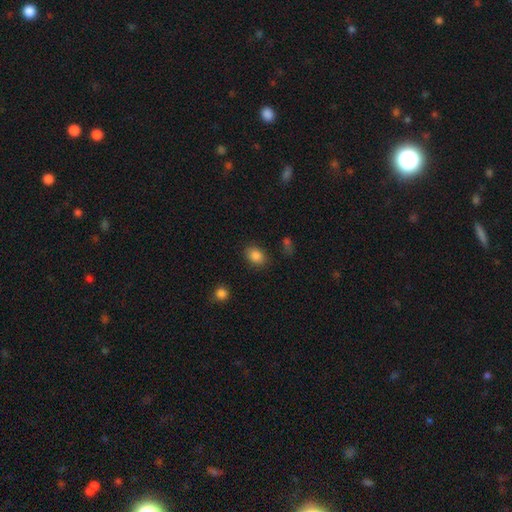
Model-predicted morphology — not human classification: type=smooth (85%); roundness=in between (74%); merging=none (81%).